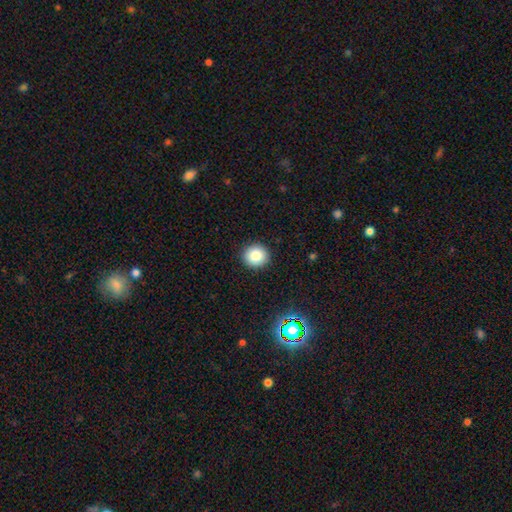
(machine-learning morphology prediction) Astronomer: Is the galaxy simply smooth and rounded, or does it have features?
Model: smooth — 83%.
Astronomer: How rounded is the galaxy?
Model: round — 90%.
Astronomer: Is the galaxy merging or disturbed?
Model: none — 91%.